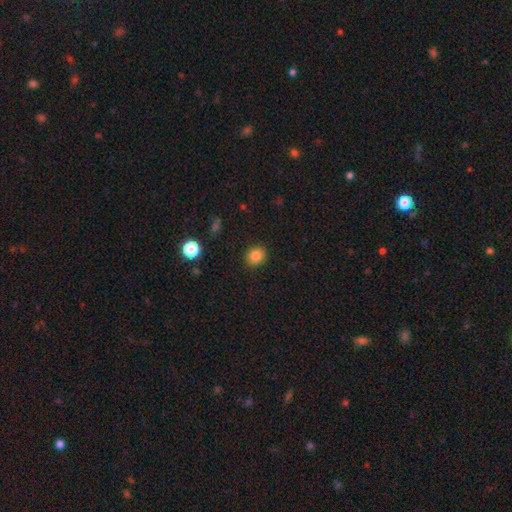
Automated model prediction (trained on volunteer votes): This is clearly a smooth galaxy (83%). How rounded: likely round (79%). Merging: clearly none (90%).